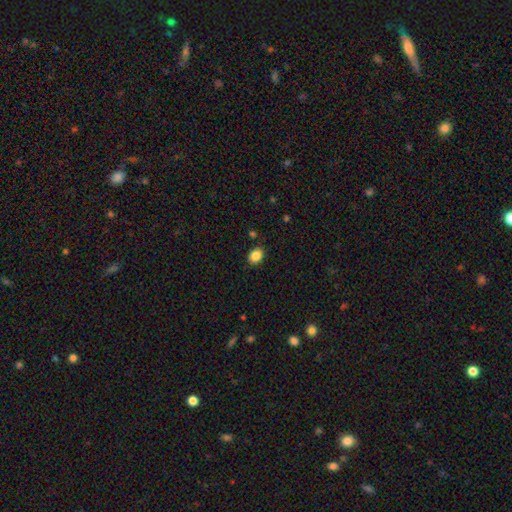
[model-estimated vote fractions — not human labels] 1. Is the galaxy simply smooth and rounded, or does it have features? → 86% smooth, 10% star or artifact, 4% featured or disk.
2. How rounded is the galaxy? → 60% in between, 39% round, 1% cigar-shaped.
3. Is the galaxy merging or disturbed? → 86% none, 9% minor disturbance, 2% major disturbance, 2% merger.